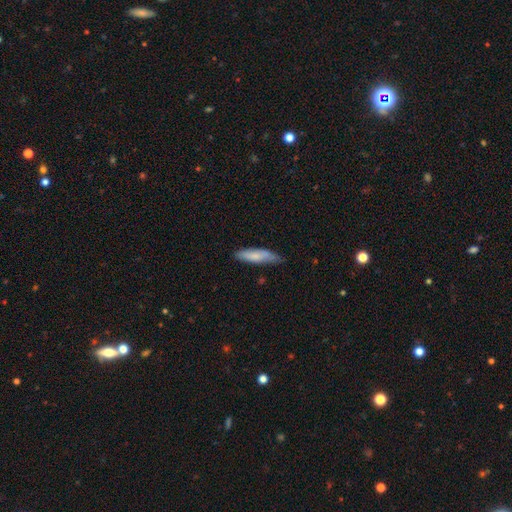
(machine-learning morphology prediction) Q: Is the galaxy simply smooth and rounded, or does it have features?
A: smooth — 77%.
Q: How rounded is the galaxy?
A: cigar-shaped — 67%.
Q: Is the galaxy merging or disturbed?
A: none — 68%.